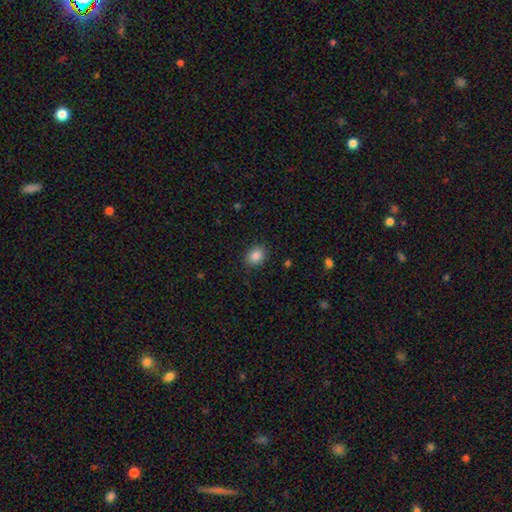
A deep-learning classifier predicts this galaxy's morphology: smooth-or-featured: smooth: 86% | star or artifact: 9% | featured or disk: 5%
  how-rounded: in between: 55% | round: 44% | cigar-shaped: 1%
  merging: none: 87% | minor disturbance: 9% | major disturbance: 3% | merger: 1%